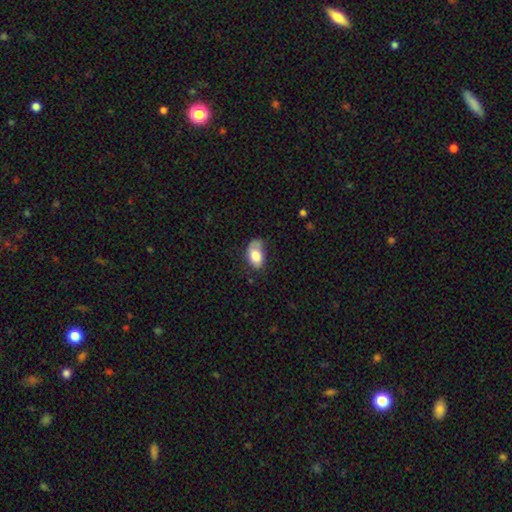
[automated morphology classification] This is likely a smooth galaxy (78%). How rounded: clearly in between (90%). Merging: marginally none (40%).